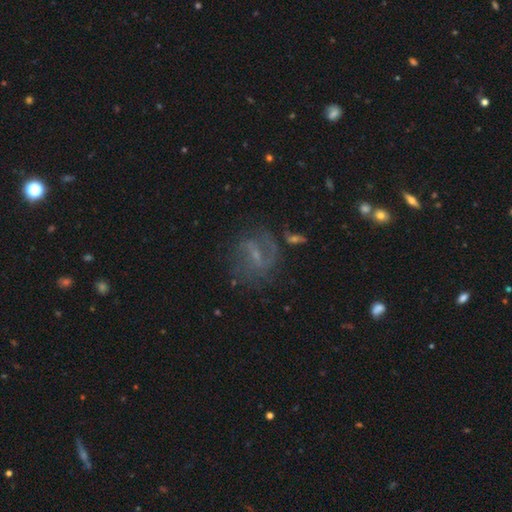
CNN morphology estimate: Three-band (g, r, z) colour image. It shows a featured or disk galaxy (67%) with a weak bar (52%), 2 (58%) medium (43%) spiral arms (80%) and a small central bulge (63%). Merging: none (63%).